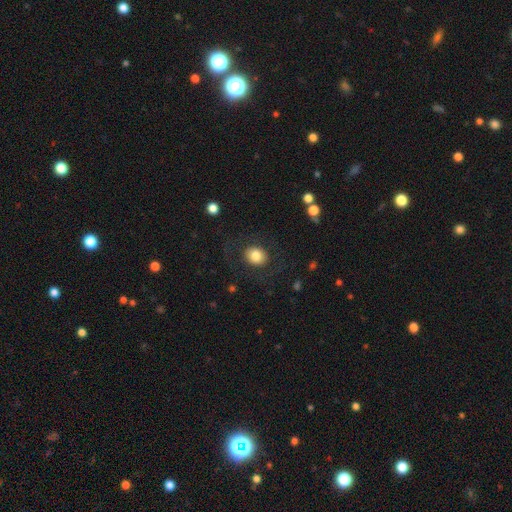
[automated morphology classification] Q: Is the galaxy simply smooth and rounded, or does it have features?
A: smooth — 78%.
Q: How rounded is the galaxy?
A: round — 64%.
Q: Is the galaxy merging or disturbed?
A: none — 82%.